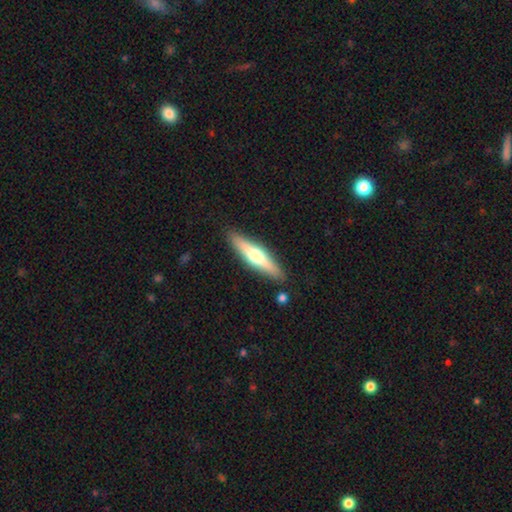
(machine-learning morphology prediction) A featured or disk galaxy (54%) viewed edge-on (93%) with a rounded central bulge (92%). Merging: none (88%).